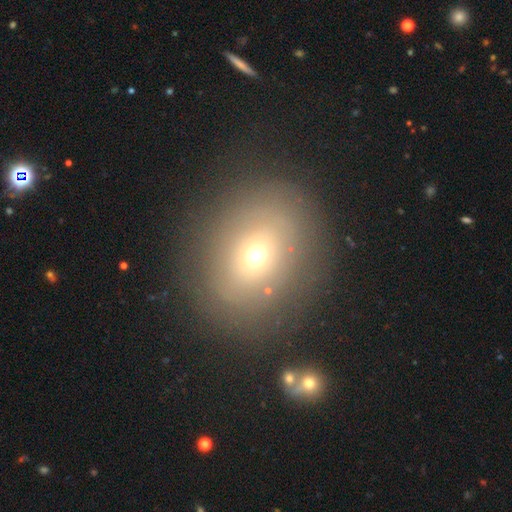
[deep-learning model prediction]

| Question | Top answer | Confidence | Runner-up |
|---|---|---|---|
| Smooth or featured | smooth | 59% | featured or disk (25%) |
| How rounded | round | 63% | in between (36%) |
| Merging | none | 77% | minor disturbance (13%) |